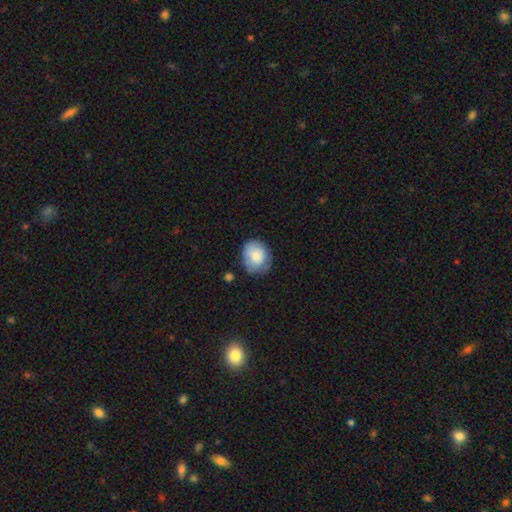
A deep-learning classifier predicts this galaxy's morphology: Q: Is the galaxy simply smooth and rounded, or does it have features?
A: smooth — 78%.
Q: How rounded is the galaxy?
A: round — 54%.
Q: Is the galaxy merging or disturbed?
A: none — 64%.